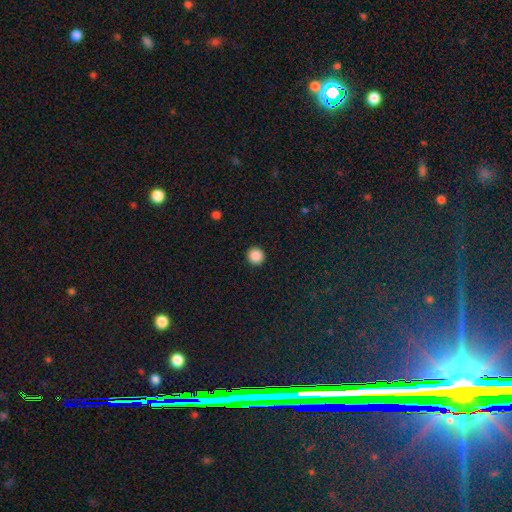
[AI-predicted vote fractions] Morphology: type=smooth (88%); roundness=round (95%); merging=none (94%).